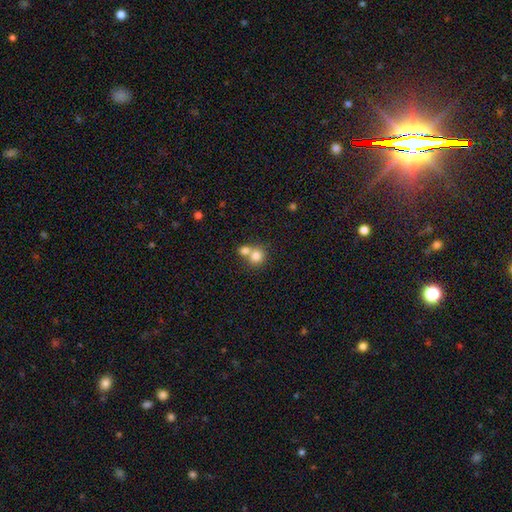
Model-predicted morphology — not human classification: Overall: smooth (79%). How rounded: round (84%). Merging: merger (53%; none 38%).